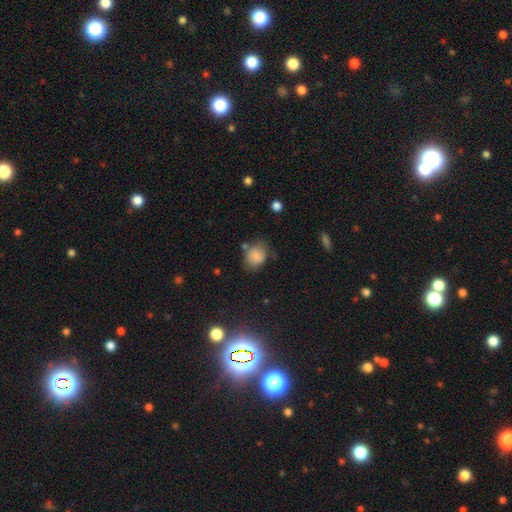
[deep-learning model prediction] A smooth galaxy with no disk features (80%) that is round (57%). Merging: none (61%).